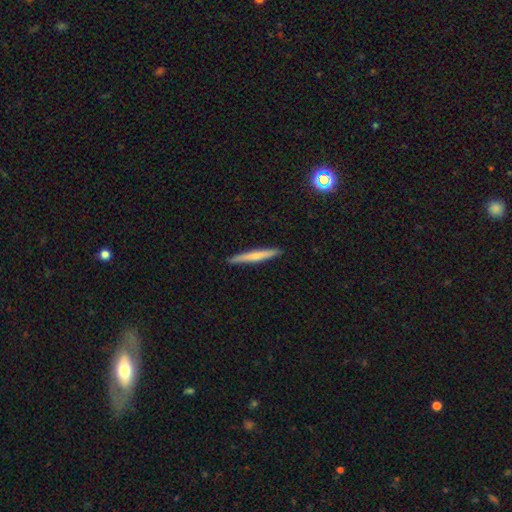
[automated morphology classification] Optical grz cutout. It shows a smooth galaxy with no disk features (59%) that is cigar-shaped (96%). Merging: none (92%).